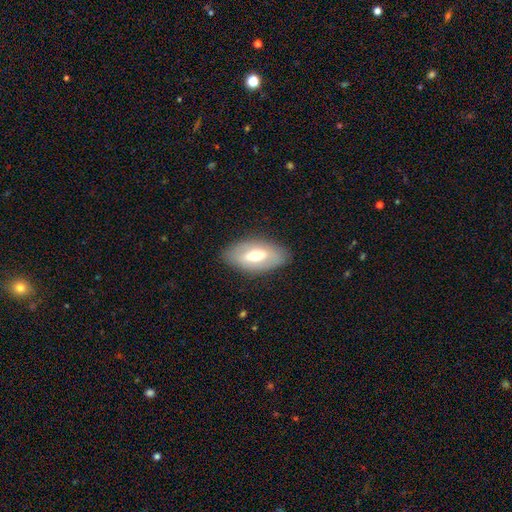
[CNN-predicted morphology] type=featured or disk (47%); merging=none (83%).